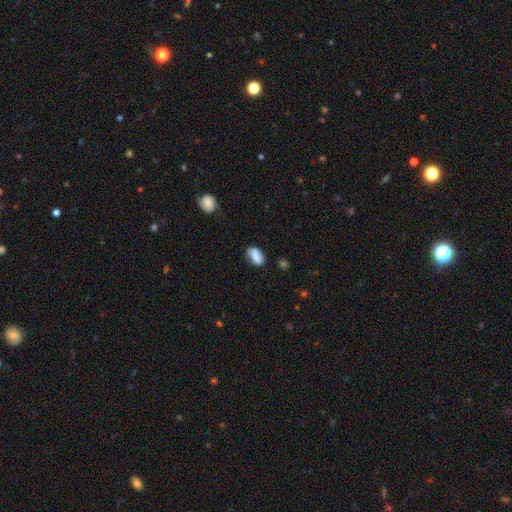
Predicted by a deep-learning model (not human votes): A smooth galaxy with no disk features (82%) that is in between round and cigar-shaped (88%).

Vote fractions:
- Smooth or featured? smooth: 82% / featured or disk: 10% / star or artifact: 8%
- How rounded? in between: 88% / round: 7% / cigar-shaped: 5%
- Merging? none: 67% / minor disturbance: 24% / major disturbance: 5% / merger: 4%